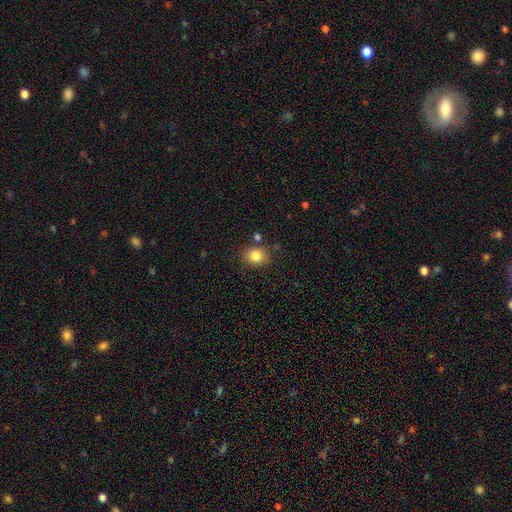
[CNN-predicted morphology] Smooth or featured? smooth (84%)
How rounded? round (67%)
Merging? none (79%)